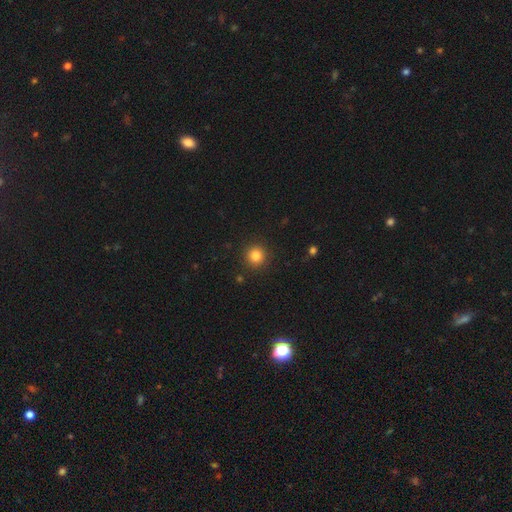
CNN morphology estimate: A smooth galaxy with no disk features (83%) that is round (94%).

Vote fractions:
- Smooth or featured? smooth: 83% / star or artifact: 12% / featured or disk: 5%
- How rounded? round: 94% / in between: 5% / cigar-shaped: 1%
- Merging? none: 91% / minor disturbance: 6% / major disturbance: 2% / merger: 1%